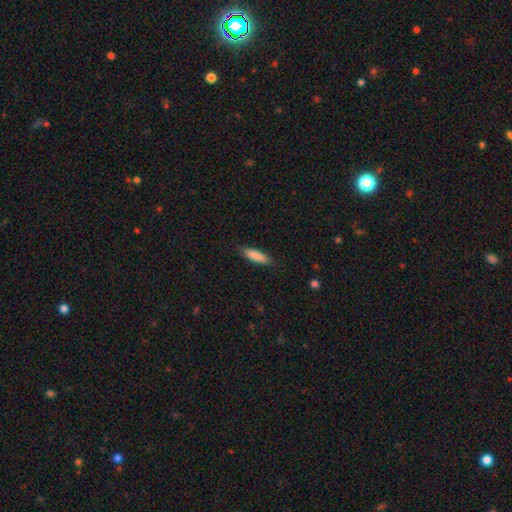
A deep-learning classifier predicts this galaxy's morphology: smooth-or-featured: smooth: 85% | featured or disk: 9% | star or artifact: 6%
  how-rounded: cigar-shaped: 61% | in between: 38% | round: 2%
  merging: none: 83% | minor disturbance: 13% | major disturbance: 2% | merger: 1%